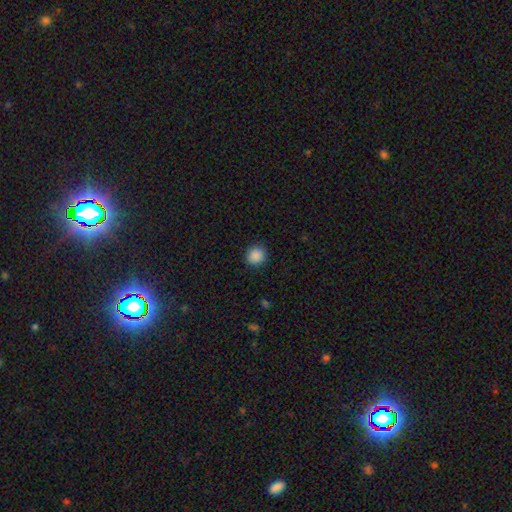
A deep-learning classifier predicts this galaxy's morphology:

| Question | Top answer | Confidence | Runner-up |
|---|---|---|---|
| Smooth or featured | smooth | 88% | star or artifact (10%) |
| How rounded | round | 91% | in between (8%) |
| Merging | none | 91% | minor disturbance (6%) |